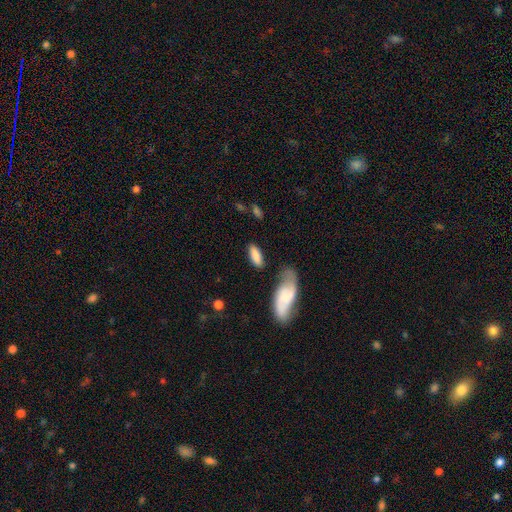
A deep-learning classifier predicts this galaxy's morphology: smooth_or_featured: smooth (p=0.81) [alt: featured or disk p=0.13]
how_rounded: in between (p=0.74) [alt: cigar-shaped p=0.24]
merging: none (p=0.69) [alt: minor disturbance p=0.17]